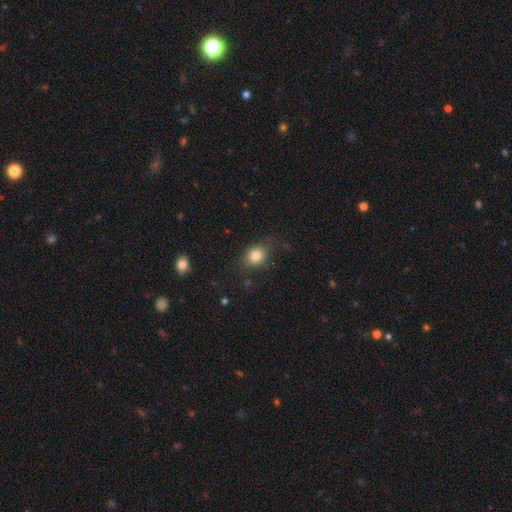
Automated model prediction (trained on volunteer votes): Smooth or featured?
  - smooth: 82% *
  - star or artifact: 11%
  - featured or disk: 8%
How rounded?
  - round: 60% *
  - in between: 39%
  - cigar-shaped: 1%
Merging?
  - none: 74% *
  - minor disturbance: 18%
  - major disturbance: 6%
  - merger: 2%